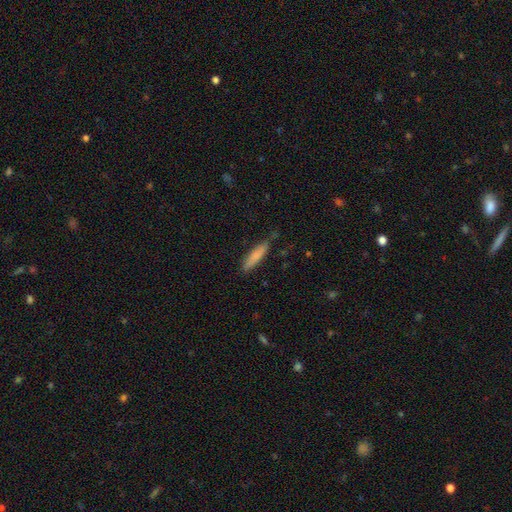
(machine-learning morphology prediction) The model was most divided on "merging": none: 78%, minor disturbance: 17%, major disturbance: 3%, merger: 2%. More confident: how rounded — cigar-shaped (85%); smooth or featured — smooth (79%).